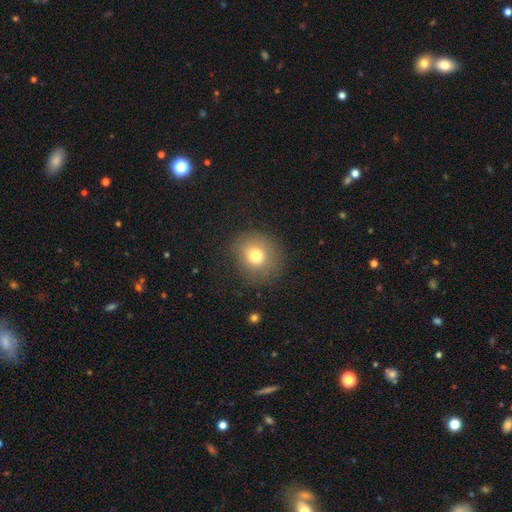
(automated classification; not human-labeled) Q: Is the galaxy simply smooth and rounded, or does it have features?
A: smooth — 77%.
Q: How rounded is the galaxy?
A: round — 85%.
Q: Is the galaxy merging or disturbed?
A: none — 83%.